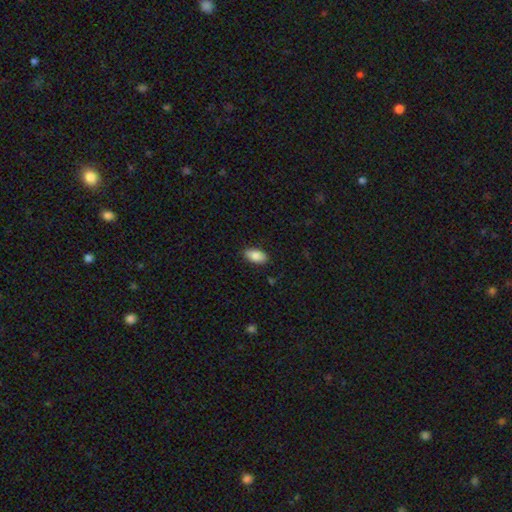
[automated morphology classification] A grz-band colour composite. It shows a smooth galaxy with no disk features (86%) that is in between round and cigar-shaped (94%). Merging: none (86%).